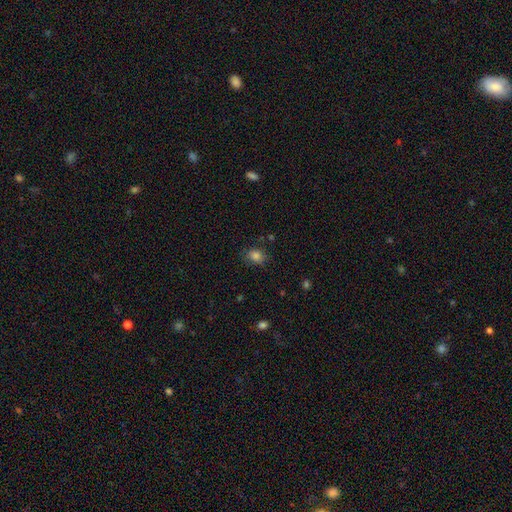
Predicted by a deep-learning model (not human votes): A smooth galaxy with no disk features (83%) that is round (50%). Merging: none (78%).